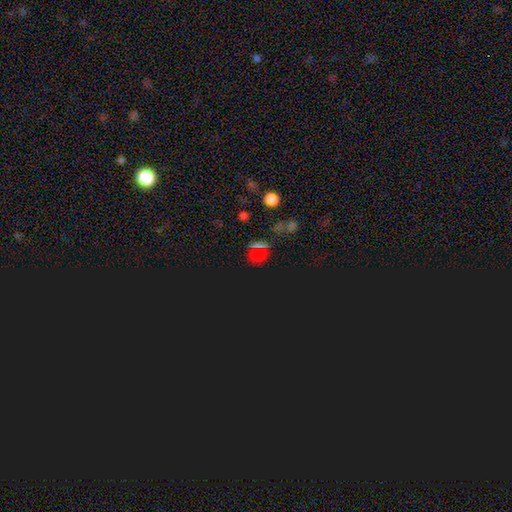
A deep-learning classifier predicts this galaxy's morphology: A star or artifact, not a galaxy (68%).

Vote fractions:
- Smooth or featured? star or artifact: 68% / smooth: 26% / featured or disk: 7%